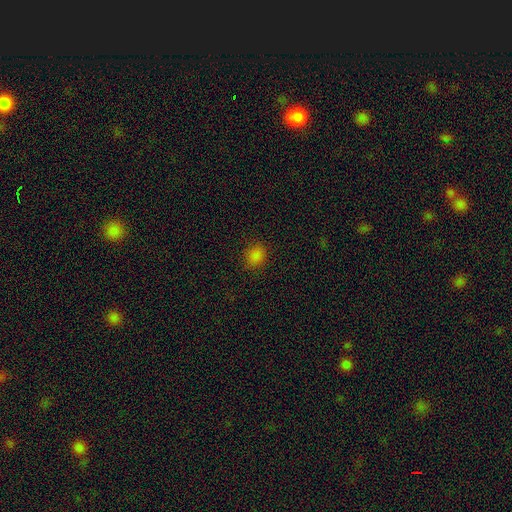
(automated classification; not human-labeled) A smooth galaxy with no disk features (82%) that is round (66%).

Vote fractions:
- Smooth or featured? smooth: 82% / star or artifact: 15% / featured or disk: 3%
- How rounded? round: 66% / in between: 33% / cigar-shaped: 1%
- Merging? none: 88% / minor disturbance: 9% / major disturbance: 3% / merger: 1%